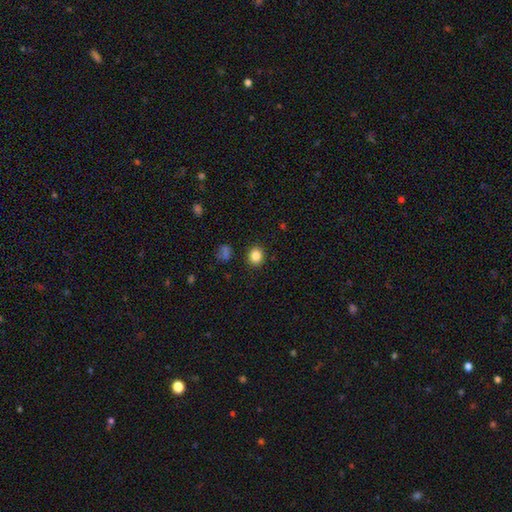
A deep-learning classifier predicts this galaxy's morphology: A smooth galaxy with no disk features (85%) that is round (70%).

Vote fractions:
- Smooth or featured? smooth: 85% / star or artifact: 10% / featured or disk: 5%
- How rounded? round: 70% / in between: 30% / cigar-shaped: 1%
- Merging? none: 89% / minor disturbance: 7% / major disturbance: 2% / merger: 2%